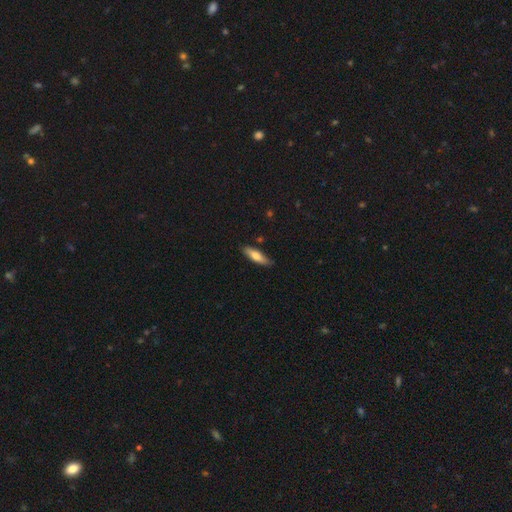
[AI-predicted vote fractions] A smooth galaxy with no disk features (69%) that is cigar-shaped (64%). Merging: none (83%).